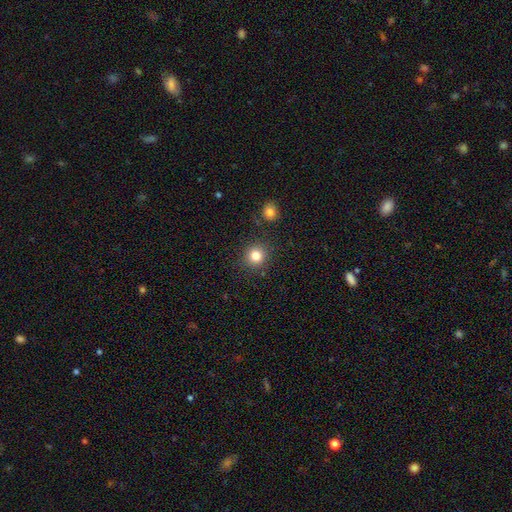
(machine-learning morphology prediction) This is clearly a smooth galaxy (82%). How rounded: clearly round (92%). Merging: clearly none (88%).